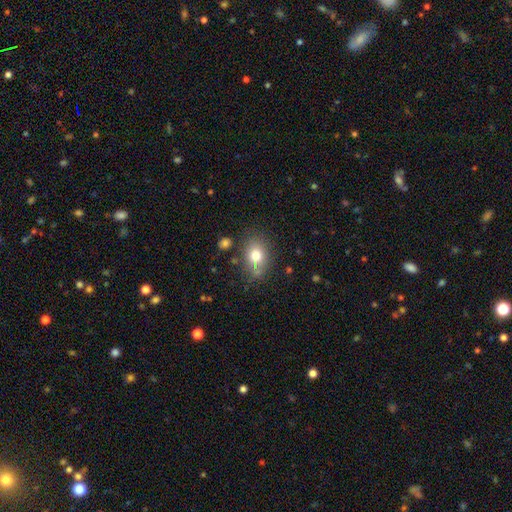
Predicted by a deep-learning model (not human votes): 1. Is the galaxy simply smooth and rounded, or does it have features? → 74% smooth, 15% featured or disk, 11% star or artifact.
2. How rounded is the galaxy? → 64% in between, 35% round, 2% cigar-shaped.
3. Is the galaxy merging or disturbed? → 67% none, 20% minor disturbance, 7% merger, 6% major disturbance.